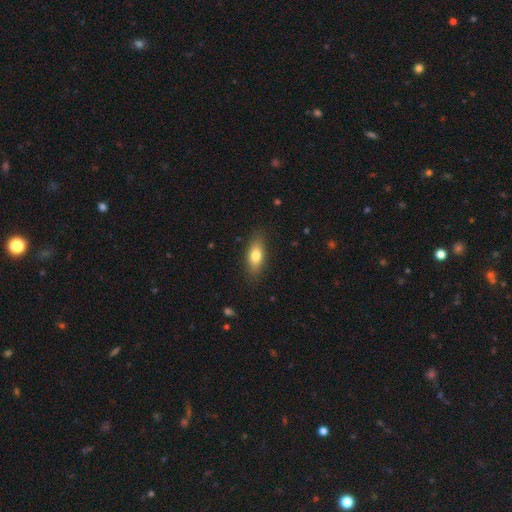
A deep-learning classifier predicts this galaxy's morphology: The model was most divided on "how rounded": in between: 78%, cigar-shaped: 18%, round: 4%. More confident: merging — none (85%); smooth or featured — smooth (77%).